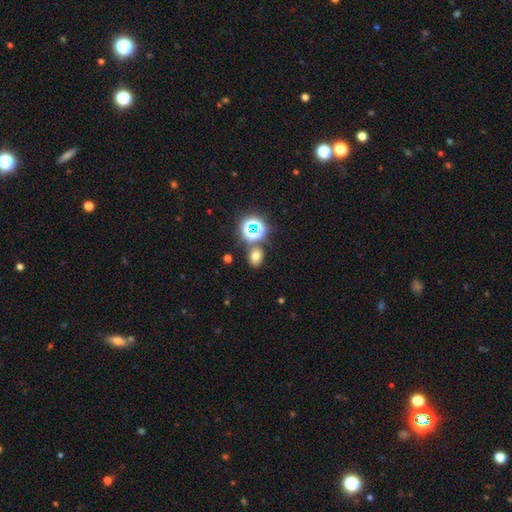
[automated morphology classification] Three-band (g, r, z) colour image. It shows a smooth galaxy with no disk features (64%) that is in between round and cigar-shaped (53%). Merging: none (76%).